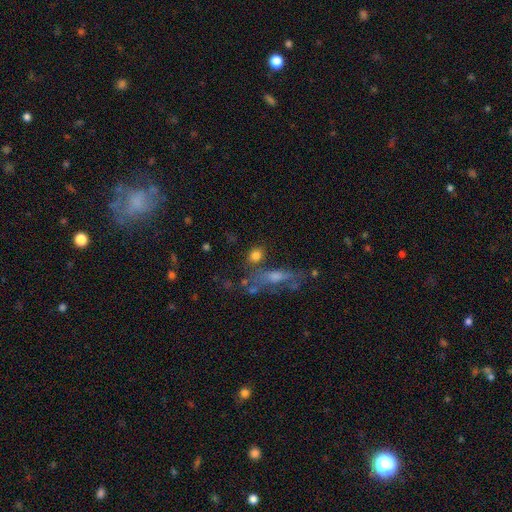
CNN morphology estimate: Smooth or featured?
  - smooth: 78% *
  - star or artifact: 12%
  - featured or disk: 10%
How rounded?
  - round: 59% *
  - in between: 35%
  - cigar-shaped: 6%
Merging?
  - none: 66% *
  - merger: 14%
  - minor disturbance: 13%
  - major disturbance: 7%